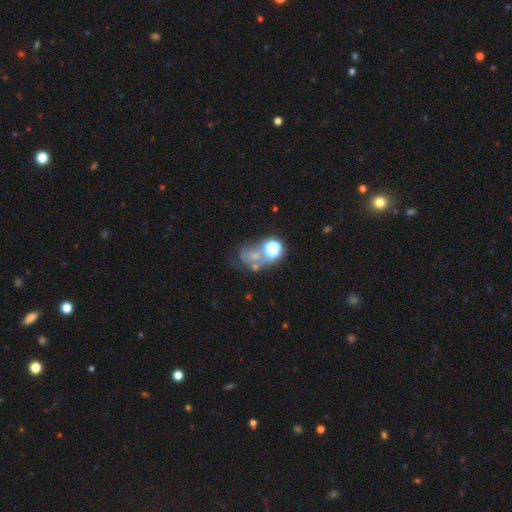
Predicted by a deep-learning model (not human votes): smooth-or-featured: star or artifact: 35% | featured or disk: 33% | smooth: 32%